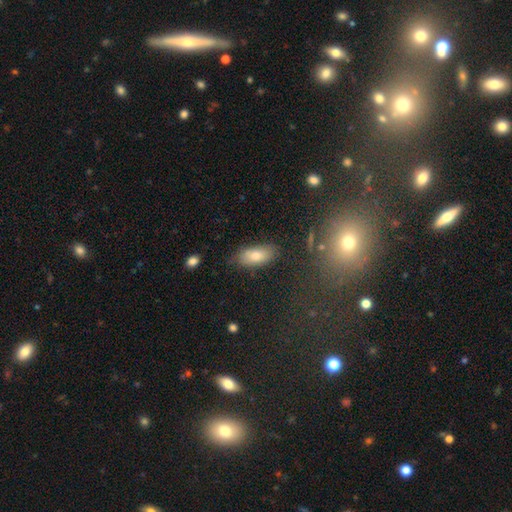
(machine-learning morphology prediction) Smooth or featured?
  - smooth: 77% *
  - featured or disk: 14%
  - star or artifact: 9%
How rounded?
  - in between: 89% *
  - cigar-shaped: 7%
  - round: 3%
Merging?
  - none: 73% *
  - minor disturbance: 19%
  - major disturbance: 5%
  - merger: 3%